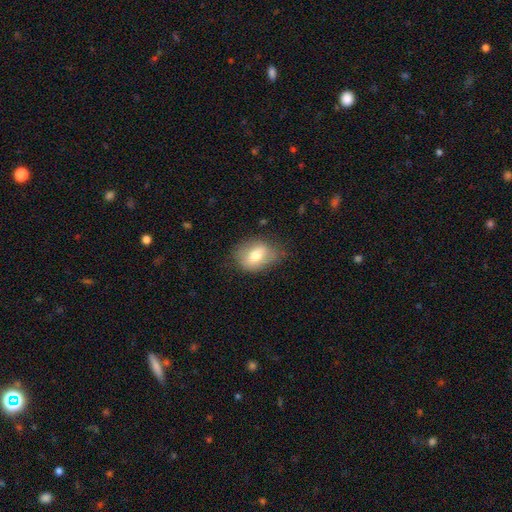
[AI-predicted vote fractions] The model was most divided on "smooth or featured": smooth: 65%, featured or disk: 27%, star or artifact: 8%. More confident: how rounded — in between (69%); merging — none (65%).